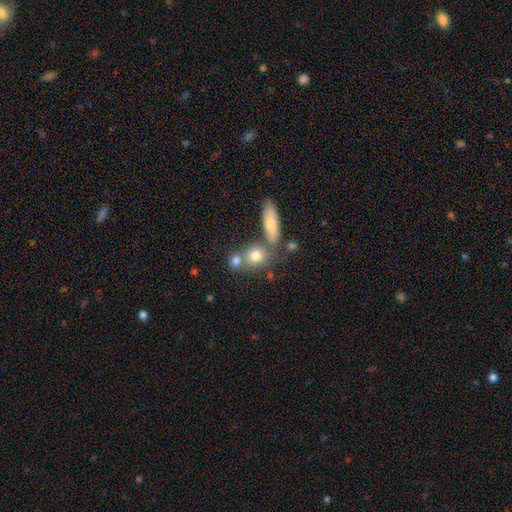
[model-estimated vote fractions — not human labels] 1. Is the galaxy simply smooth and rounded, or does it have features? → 76% smooth, 14% featured or disk, 10% star or artifact.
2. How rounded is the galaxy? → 60% round, 34% in between, 6% cigar-shaped.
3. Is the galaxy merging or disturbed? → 52% none, 33% merger, 11% minor disturbance, 4% major disturbance.